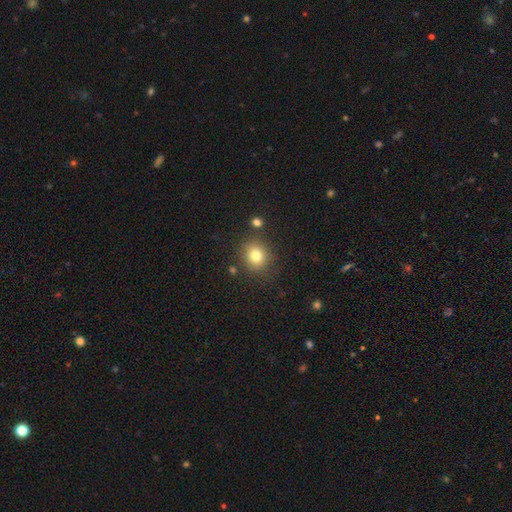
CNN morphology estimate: Smooth or featured: smooth — 79% (star or artifact — 12%)
How rounded: round — 79% (in between — 20%)
Merging: none — 82% (minor disturbance — 10%)